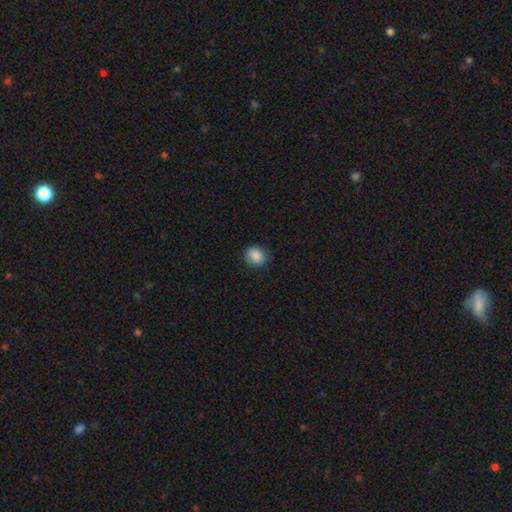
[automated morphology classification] smooth_or_featured: smooth (p=0.84) [alt: star or artifact p=0.08]
how_rounded: round (p=0.73) [alt: in between p=0.26]
merging: none (p=0.76) [alt: minor disturbance p=0.18]